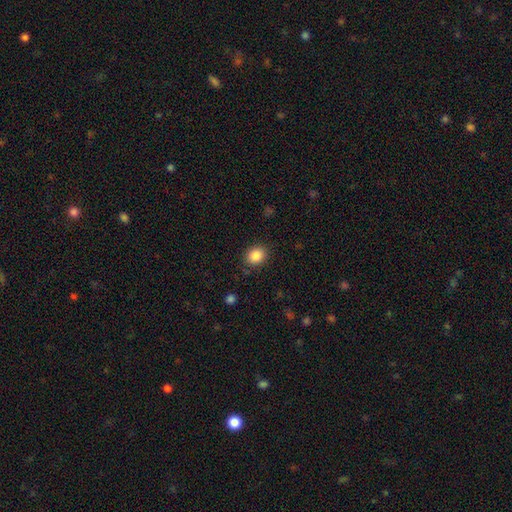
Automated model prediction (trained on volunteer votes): Overall: smooth (87%). How rounded: round (50%; in between 49%). Merging: none (86%).